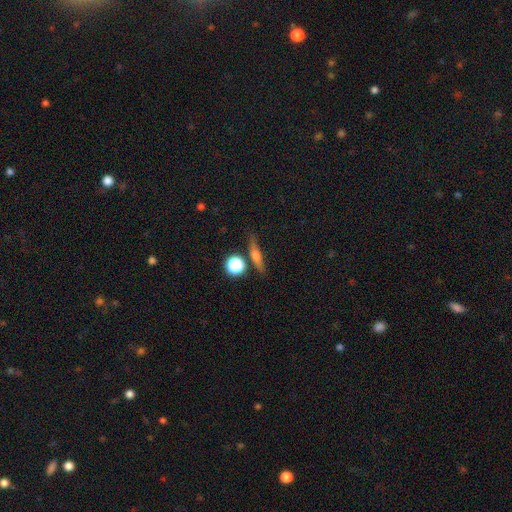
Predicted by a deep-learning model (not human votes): Smooth or featured?
  - smooth: 50% *
  - featured or disk: 36%
  - star or artifact: 13%
How rounded?
  - cigar-shaped: 64% *
  - in between: 20%
  - round: 16%
Merging?
  - none: 77% *
  - minor disturbance: 13%
  - merger: 6%
  - major disturbance: 4%